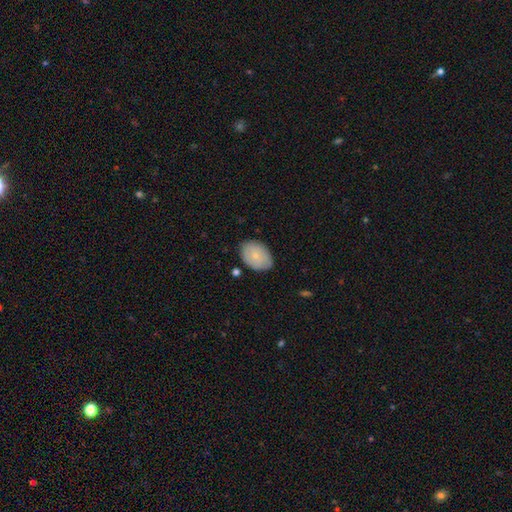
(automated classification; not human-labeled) A smooth galaxy with no disk features (75%) that is in between round and cigar-shaped (78%). Merging: none (80%).